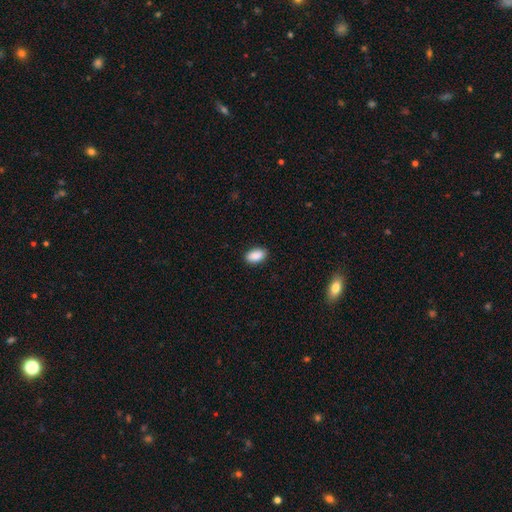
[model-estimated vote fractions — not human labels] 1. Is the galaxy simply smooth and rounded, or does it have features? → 90% smooth, 7% star or artifact, 3% featured or disk.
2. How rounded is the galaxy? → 93% in between, 5% round, 2% cigar-shaped.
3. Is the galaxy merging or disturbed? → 89% none, 8% minor disturbance, 2% major disturbance, 1% merger.